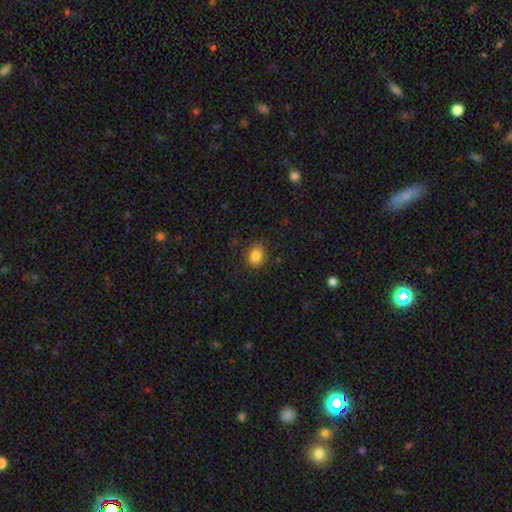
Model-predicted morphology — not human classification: Smooth or featured?
  - smooth: 84% *
  - star or artifact: 10%
  - featured or disk: 6%
How rounded?
  - round: 52% *
  - in between: 47%
  - cigar-shaped: 1%
Merging?
  - none: 86% *
  - minor disturbance: 10%
  - major disturbance: 3%
  - merger: 1%